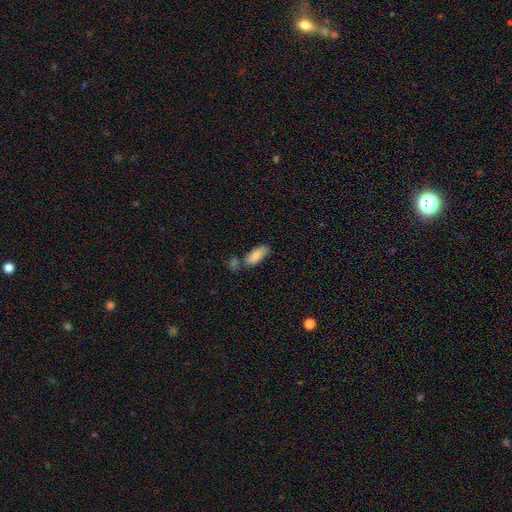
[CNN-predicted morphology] type=smooth (84%); roundness=in between (79%); merging=none (55%).